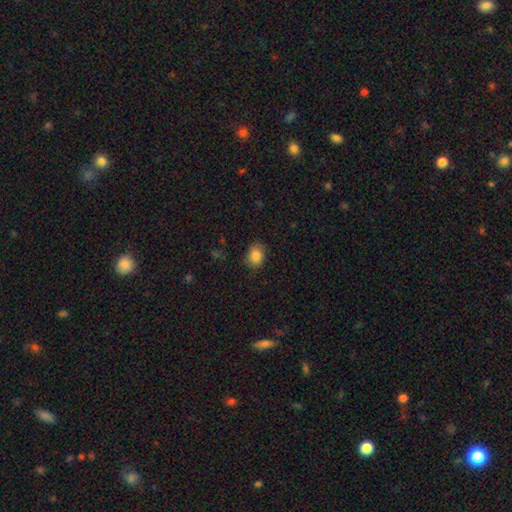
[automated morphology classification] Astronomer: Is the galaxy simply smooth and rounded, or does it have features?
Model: smooth — 86%.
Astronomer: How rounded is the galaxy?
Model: in between — 55% (runner-up: round, 44%).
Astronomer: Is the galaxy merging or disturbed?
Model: none — 83%.